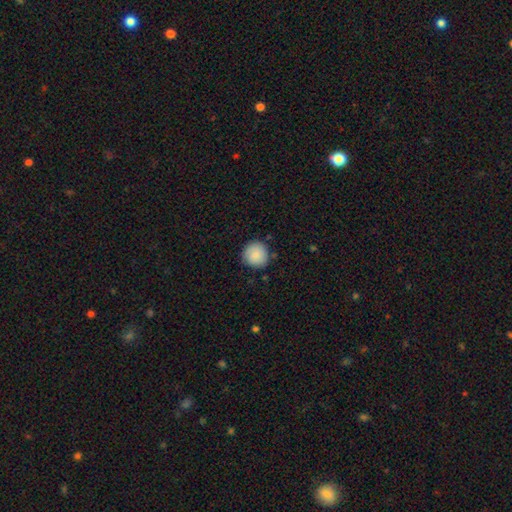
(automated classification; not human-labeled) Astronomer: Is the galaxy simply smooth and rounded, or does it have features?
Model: smooth — 87%.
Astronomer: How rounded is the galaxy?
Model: round — 93%.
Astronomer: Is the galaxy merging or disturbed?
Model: none — 85%.